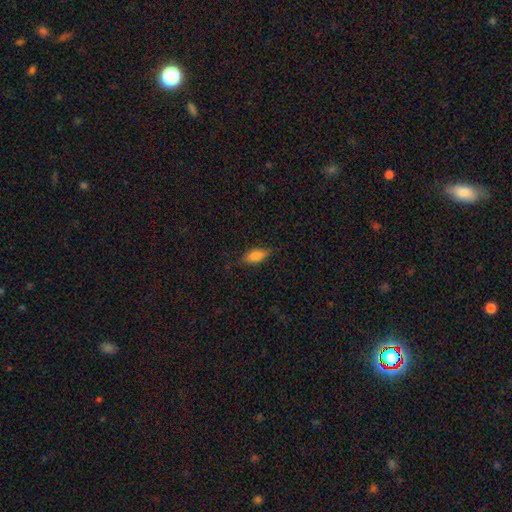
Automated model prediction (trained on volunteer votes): Overall: smooth (81%). How rounded: in between (82%). Merging: none (76%).